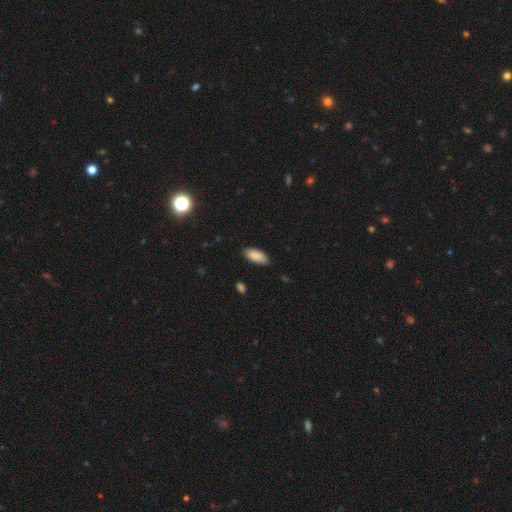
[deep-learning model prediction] smooth-or-featured: smooth: 89% | star or artifact: 6% | featured or disk: 5%
  how-rounded: in between: 88% | cigar-shaped: 10% | round: 2%
  merging: none: 85% | minor disturbance: 11% | major disturbance: 2% | merger: 1%